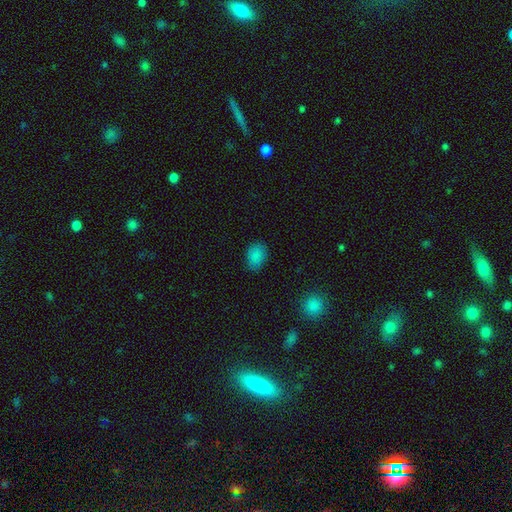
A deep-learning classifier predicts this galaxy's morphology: Overall: smooth (85%). How rounded: in between (76%). Merging: none (80%).